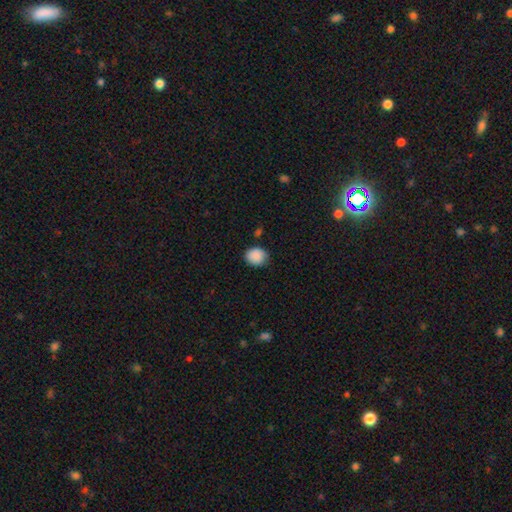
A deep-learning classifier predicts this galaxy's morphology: Smooth or featured? Predicted: smooth (p=0.89). How rounded? Predicted: round (p=0.68). Merging? Predicted: none (p=0.80).